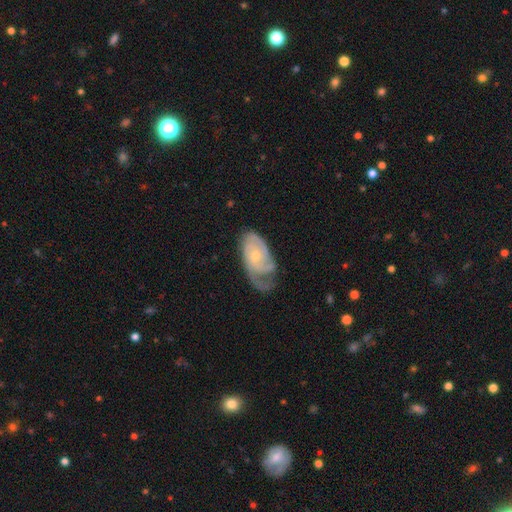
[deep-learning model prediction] Overall: featured or disk (82%). Edge-on disk: no (96%). Bar: no (72%). Spiral arms: yes (95%). Spiral arm count: 2 (43%; can't tell 21%). Spiral winding: tight (57%; medium 33%). Bulge size: small (60%; moderate 37%). Merging: none (50%; minor disturbance 29%).